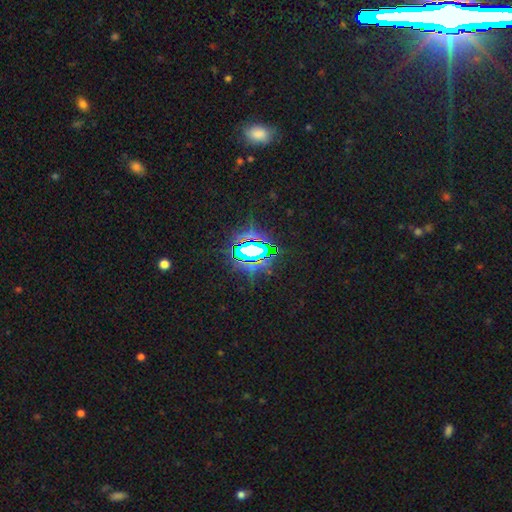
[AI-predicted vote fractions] A star or artifact, not a galaxy (76%).

Vote fractions:
- Smooth or featured? star or artifact: 76% / smooth: 13% / featured or disk: 12%